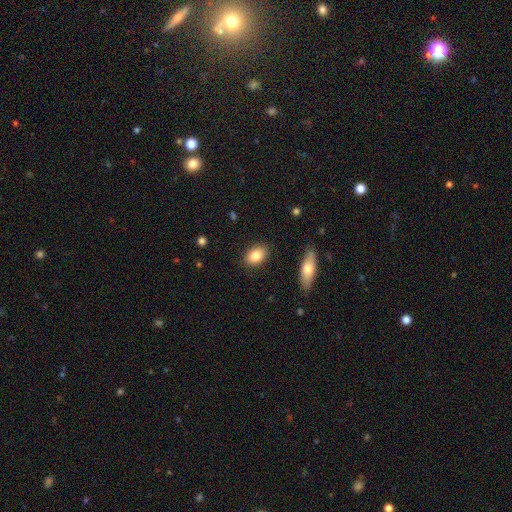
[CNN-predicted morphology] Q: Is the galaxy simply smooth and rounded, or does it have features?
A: smooth — 84%.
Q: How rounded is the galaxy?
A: in between — 82%.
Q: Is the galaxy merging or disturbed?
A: none — 88%.